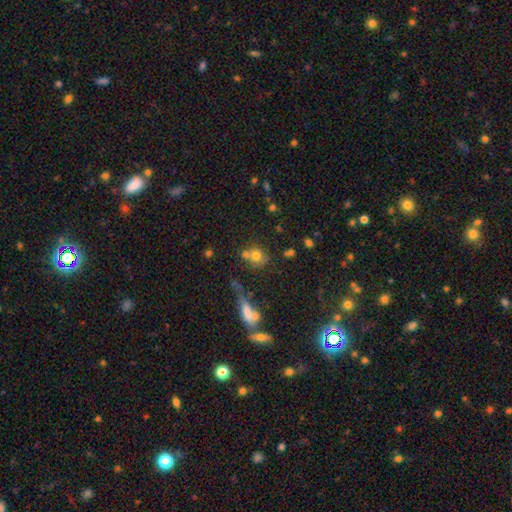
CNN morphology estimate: This is likely a smooth galaxy (71%). How rounded: likely round (71%). Merging: marginally none (44%).